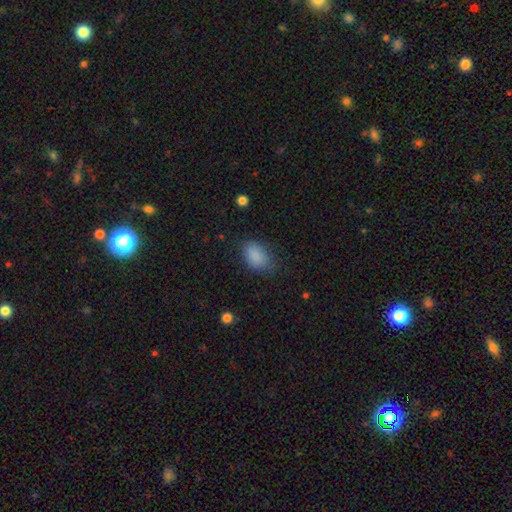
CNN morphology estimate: smooth 87%, star or artifact 9%, featured or disk 4%. Down the decision tree: how rounded — in between (87%); merging — none (75%).